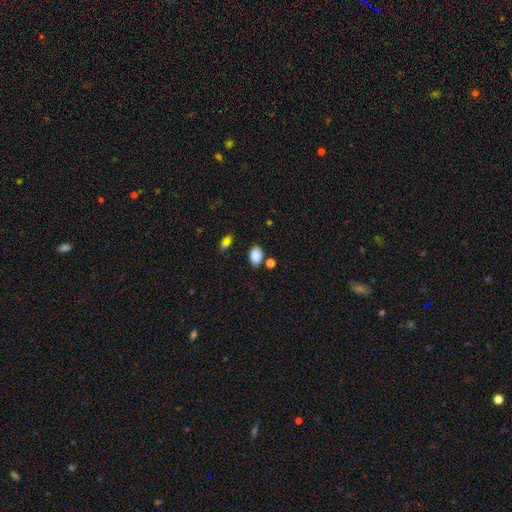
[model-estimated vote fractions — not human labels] This is clearly a smooth galaxy (86%). How rounded: likely in between (78%). Merging: likely none (73%).